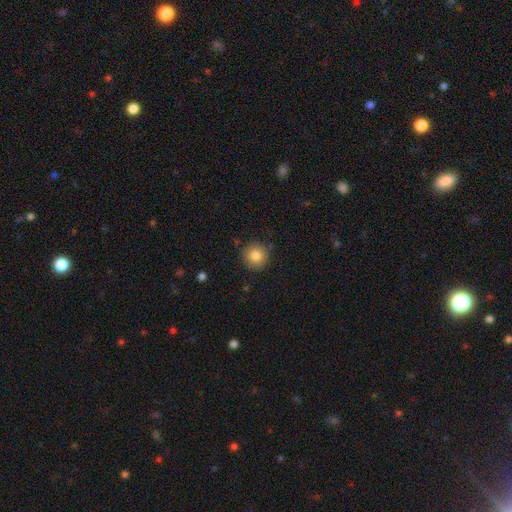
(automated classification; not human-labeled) smooth-or-featured: smooth: 84% | star or artifact: 9% | featured or disk: 7%
  how-rounded: round: 95% | in between: 4% | cigar-shaped: 1%
  merging: none: 87% | minor disturbance: 9% | major disturbance: 2% | merger: 1%